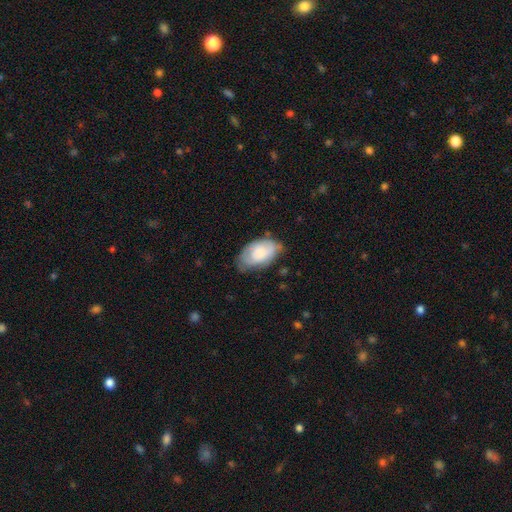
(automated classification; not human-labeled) smooth 65%, featured or disk 28%, star or artifact 7%. Down the decision tree: how rounded — in between (93%); merging — none (54%).